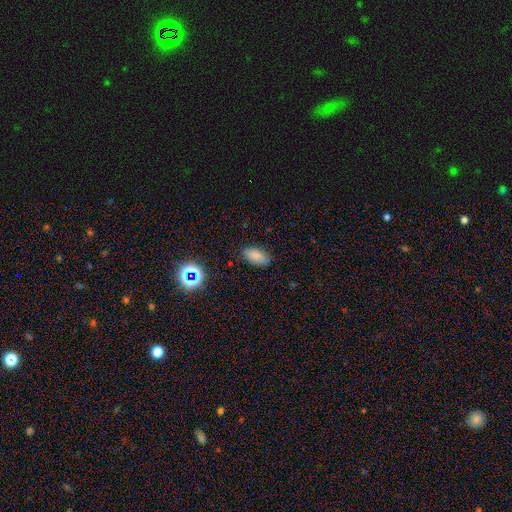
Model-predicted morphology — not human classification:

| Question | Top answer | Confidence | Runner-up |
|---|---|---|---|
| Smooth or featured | smooth | 82% | star or artifact (12%) |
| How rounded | in between | 92% | round (4%) |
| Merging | none | 84% | minor disturbance (12%) |